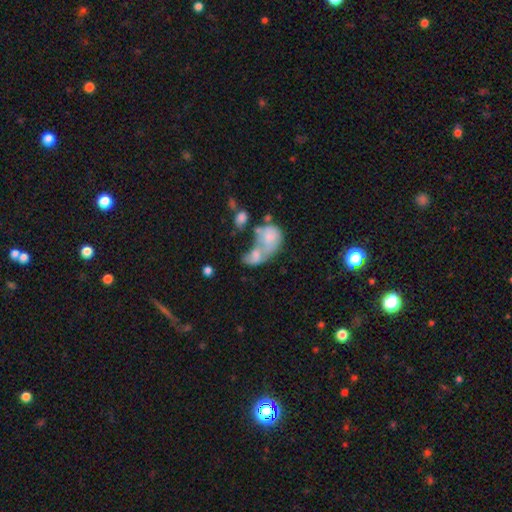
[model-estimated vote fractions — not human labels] Smooth or featured?
  - smooth: 61% *
  - featured or disk: 29%
  - star or artifact: 10%
How rounded?
  - in between: 74% *
  - round: 24%
  - cigar-shaped: 2%
Merging?
  - merger: 70% *
  - major disturbance: 12%
  - none: 11%
  - minor disturbance: 7%